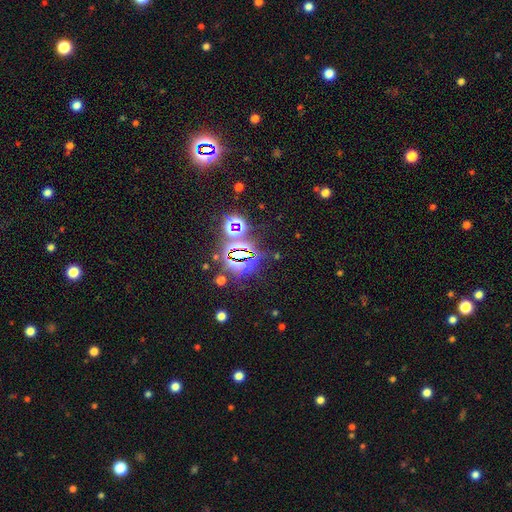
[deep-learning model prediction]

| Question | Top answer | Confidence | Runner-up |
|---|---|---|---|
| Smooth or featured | star or artifact | 80% | smooth (12%) |